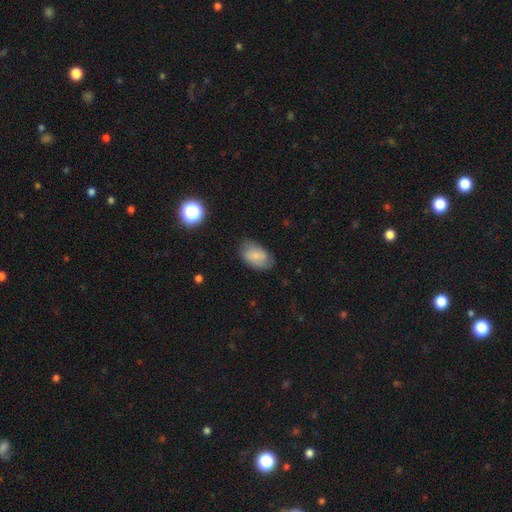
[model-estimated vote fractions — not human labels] smooth_or_featured: smooth (p=0.74) [alt: featured or disk p=0.18]
how_rounded: in between (p=0.91) [alt: round p=0.08]
merging: none (p=0.70) [alt: minor disturbance p=0.23]